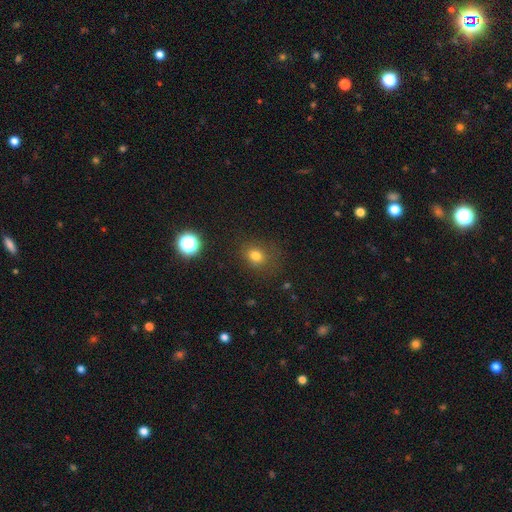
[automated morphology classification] Smooth or featured?
  - smooth: 75% *
  - star or artifact: 17%
  - featured or disk: 8%
How rounded?
  - round: 62% *
  - in between: 37%
  - cigar-shaped: 1%
Merging?
  - none: 76% *
  - minor disturbance: 15%
  - major disturbance: 7%
  - merger: 2%